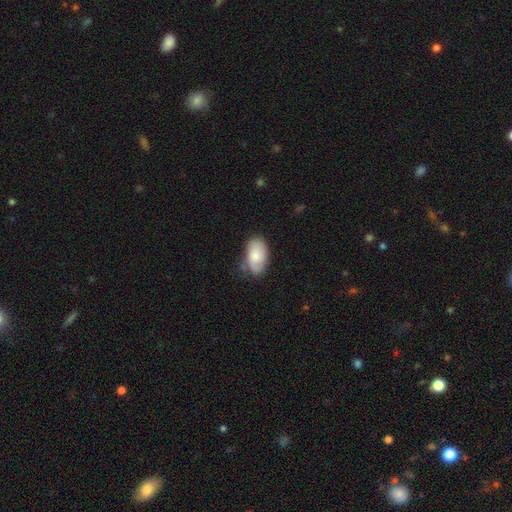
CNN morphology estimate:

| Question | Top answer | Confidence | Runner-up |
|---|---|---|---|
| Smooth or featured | smooth | 68% | featured or disk (26%) |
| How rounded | in between | 93% | round (5%) |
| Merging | none | 63% | minor disturbance (27%) |